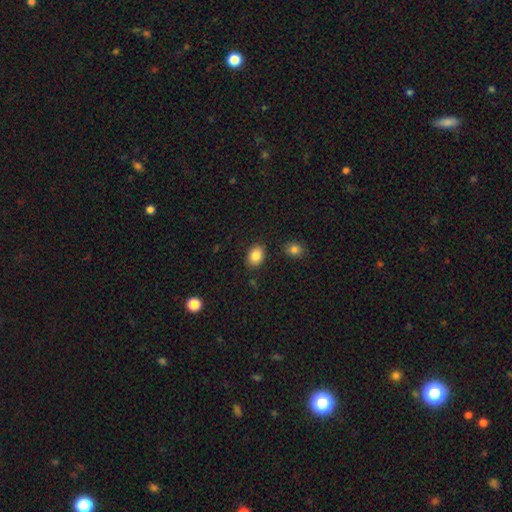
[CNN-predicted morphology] Smooth or featured? Predicted: smooth (p=0.86). How rounded? Predicted: in between (p=0.65). Merging? Predicted: none (p=0.86).